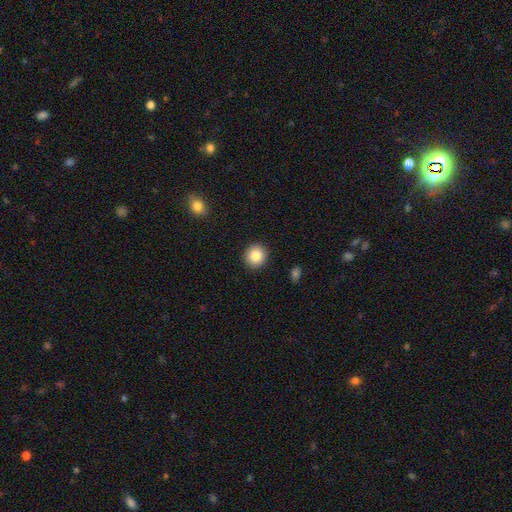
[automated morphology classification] A smooth galaxy with no disk features (85%) that is round (91%). Merging: none (92%).